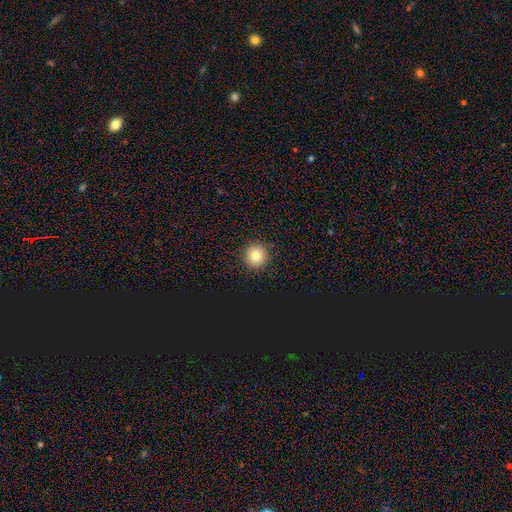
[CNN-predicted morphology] type=smooth (79%); roundness=round (95%); merging=none (92%).